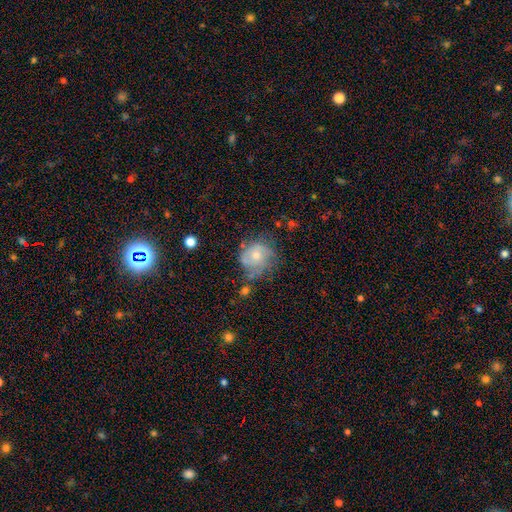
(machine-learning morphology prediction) A featured or disk galaxy (47%). Merging: none (48%).